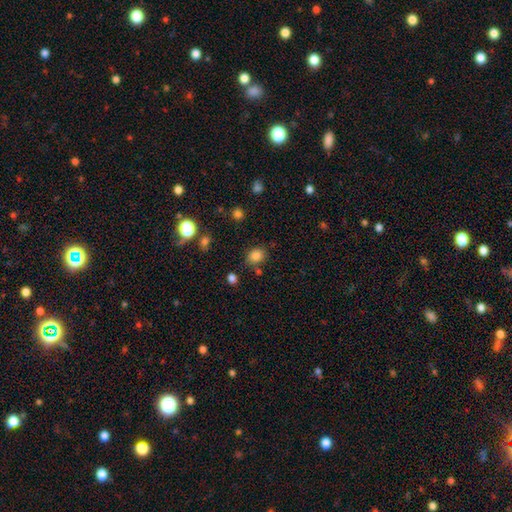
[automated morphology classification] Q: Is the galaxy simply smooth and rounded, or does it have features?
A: smooth — 82%.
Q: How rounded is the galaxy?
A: round — 51%.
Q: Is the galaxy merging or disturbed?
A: none — 77%.